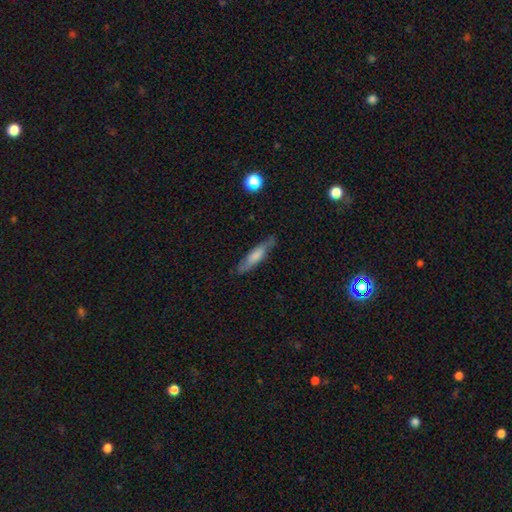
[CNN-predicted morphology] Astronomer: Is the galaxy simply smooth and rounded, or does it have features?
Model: smooth — 62%.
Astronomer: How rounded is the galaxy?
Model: cigar-shaped — 75%.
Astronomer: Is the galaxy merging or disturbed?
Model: none — 77%.